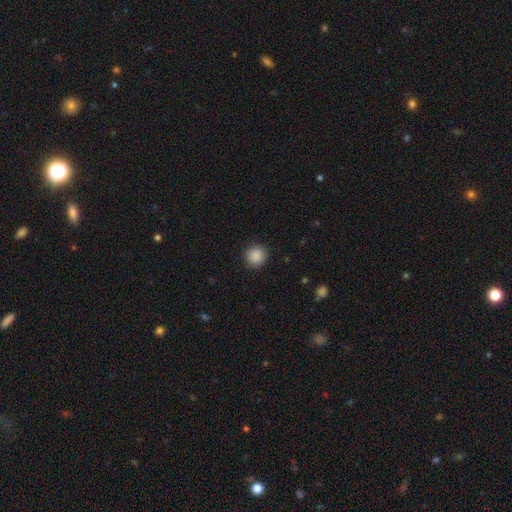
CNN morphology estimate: smooth-or-featured: smooth: 89% | star or artifact: 9% | featured or disk: 3%
  how-rounded: round: 92% | in between: 7% | cigar-shaped: 1%
  merging: none: 90% | minor disturbance: 7% | major disturbance: 2% | merger: 1%